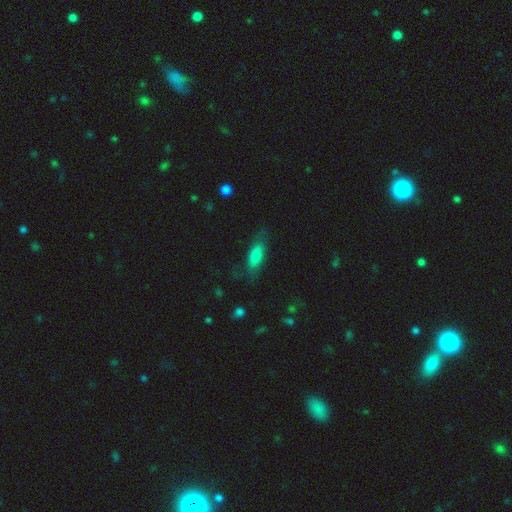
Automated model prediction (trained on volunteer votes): A smooth galaxy with no disk features (71%) that is in between round and cigar-shaped (68%). Merging: none (65%).